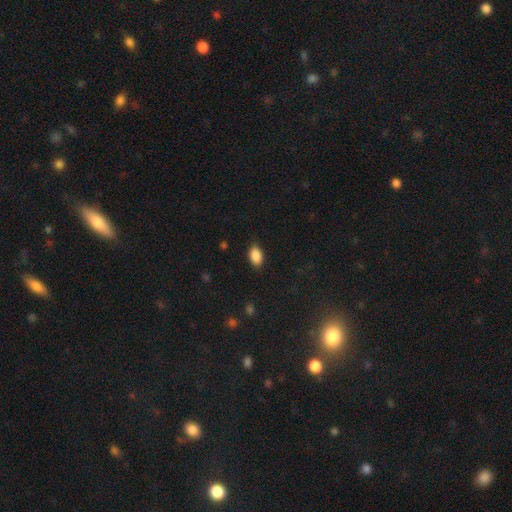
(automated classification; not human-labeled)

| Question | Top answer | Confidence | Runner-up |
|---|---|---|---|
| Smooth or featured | smooth | 89% | star or artifact (7%) |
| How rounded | in between | 92% | round (7%) |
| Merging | none | 87% | minor disturbance (10%) |